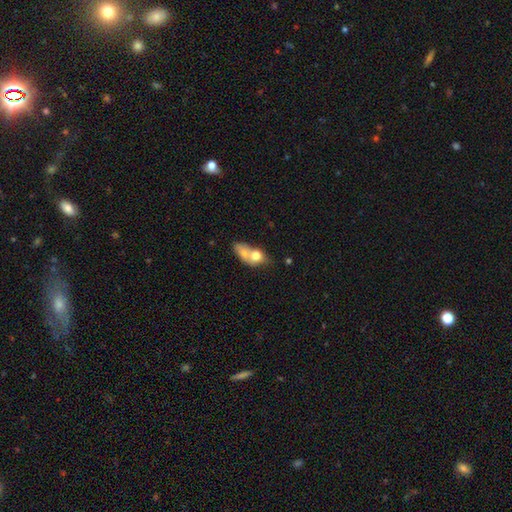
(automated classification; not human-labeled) A smooth galaxy with no disk features (66%) that is in between round and cigar-shaped (62%).

Vote fractions:
- Smooth or featured? smooth: 66% / featured or disk: 26% / star or artifact: 8%
- How rounded? in between: 62% / round: 33% / cigar-shaped: 6%
- Merging? merger: 69% / none: 16% / minor disturbance: 8% / major disturbance: 7%